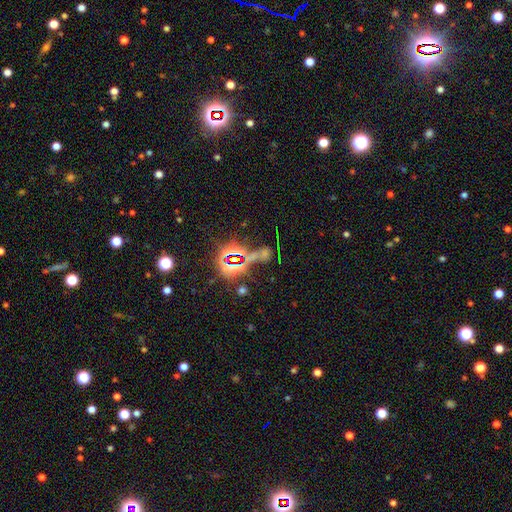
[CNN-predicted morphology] type=star or artifact (76%).